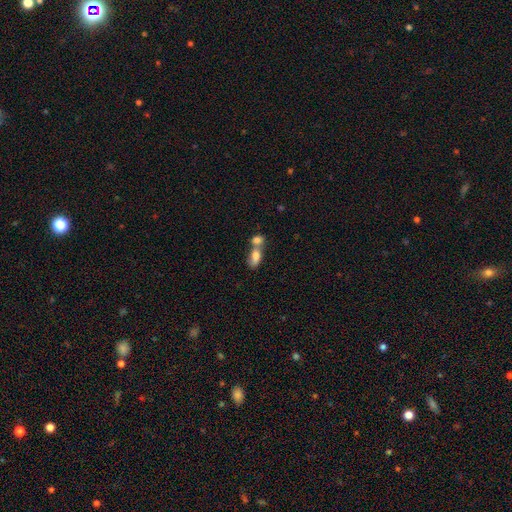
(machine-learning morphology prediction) type=smooth (76%); roundness=in between (81%); merging=merger (72%).